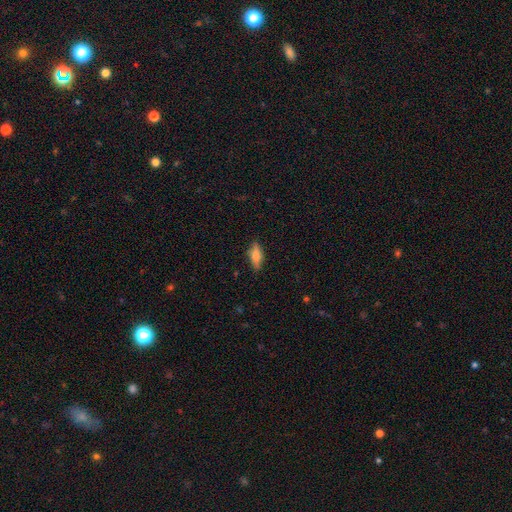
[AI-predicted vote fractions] smooth 64%, featured or disk 29%, star or artifact 7%. Down the decision tree: how rounded — in between (63%); merging — none (82%).